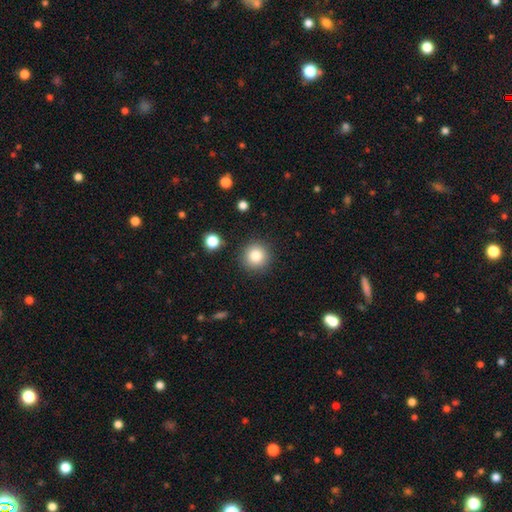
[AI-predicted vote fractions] This is clearly a smooth galaxy (82%). How rounded: clearly round (94%). Merging: clearly none (89%).